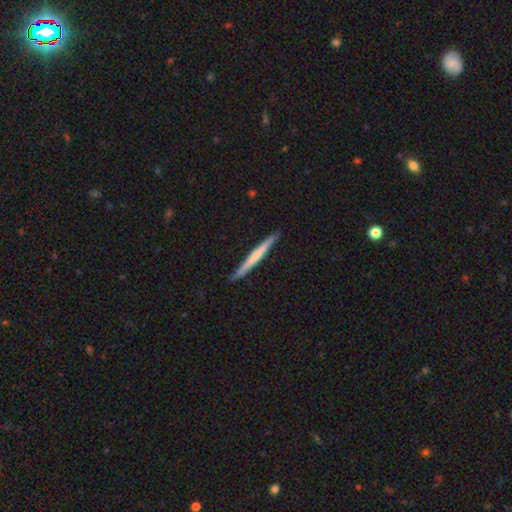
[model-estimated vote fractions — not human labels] Morphology: type=smooth (48%); merging=none (90%).